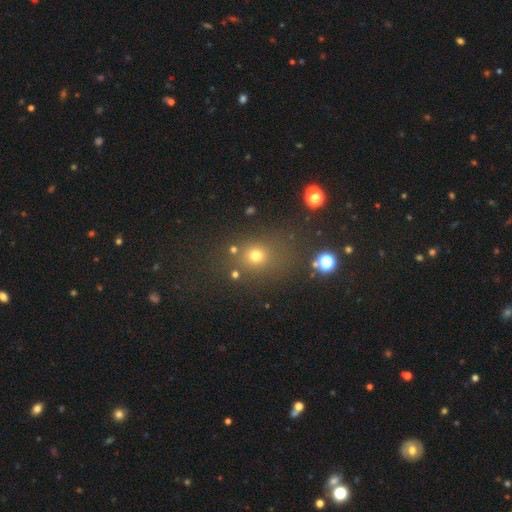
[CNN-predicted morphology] This is likely a smooth galaxy (68%). How rounded: likely round (73%). Merging: likely none (74%).